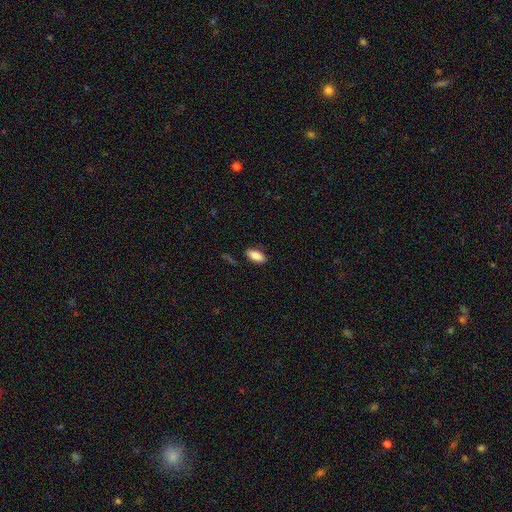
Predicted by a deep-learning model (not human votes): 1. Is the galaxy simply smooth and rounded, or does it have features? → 86% smooth, 7% featured or disk, 7% star or artifact.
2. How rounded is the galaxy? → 87% in between, 10% cigar-shaped, 2% round.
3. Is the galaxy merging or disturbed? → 83% none, 12% minor disturbance, 3% major disturbance, 1% merger.